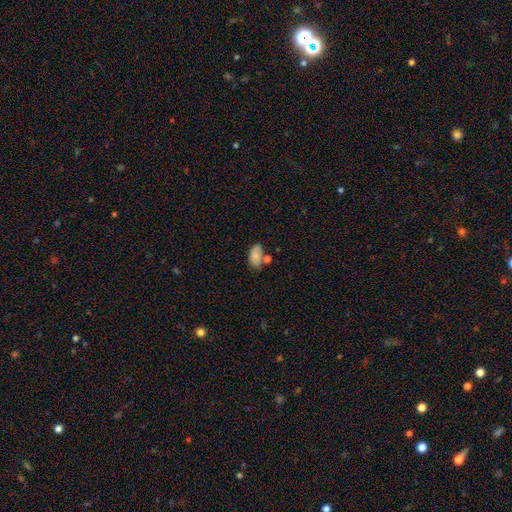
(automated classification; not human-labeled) Smooth or featured? Predicted: smooth (p=0.81). How rounded? Predicted: in between (p=0.92). Merging? Predicted: none (p=0.52).